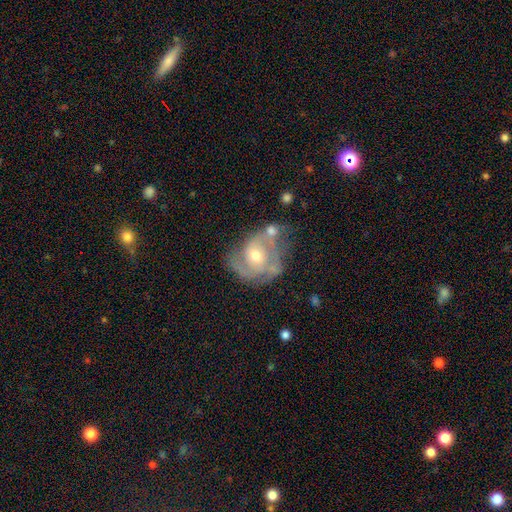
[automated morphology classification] Smooth or featured? featured or disk (80%)
Edge-on disk? no (97%)
Bar? no (60%)
Spiral arms? yes (90%)
Spiral winding? medium (43%)
Spiral arm count? 2 (52%)
Bulge size? moderate (58%)
Merging? none (44%)